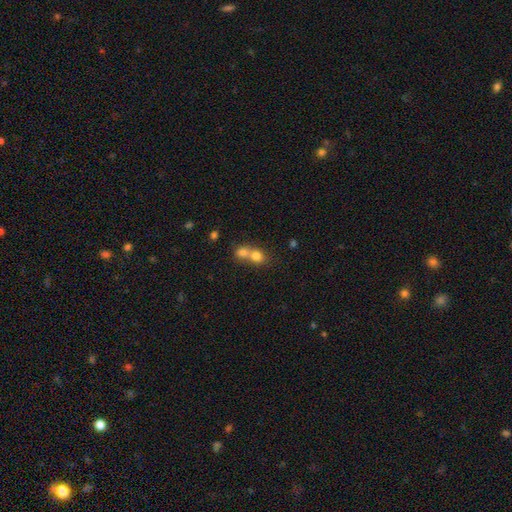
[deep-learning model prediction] Q: Smooth or featured?
A: smooth (75%); runner-up: featured or disk (14%)
Q: How rounded?
A: round (66%); runner-up: in between (32%)
Q: Merging?
A: merger (70%); runner-up: none (23%)